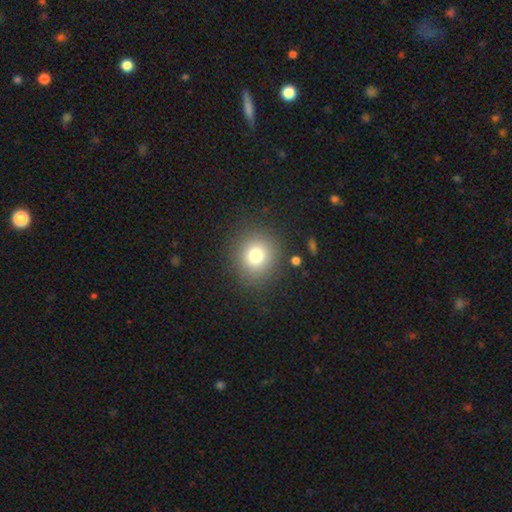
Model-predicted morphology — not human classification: Smooth or featured? smooth (77%)
How rounded? round (88%)
Merging? none (87%)